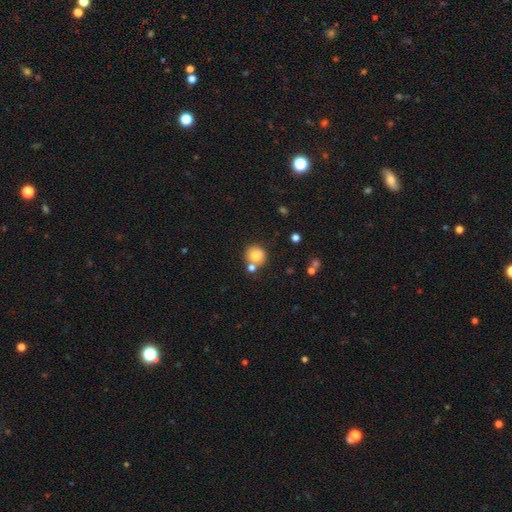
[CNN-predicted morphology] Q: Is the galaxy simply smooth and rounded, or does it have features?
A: smooth — 78%.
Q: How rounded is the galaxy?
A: round — 90%.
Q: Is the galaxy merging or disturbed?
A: none — 63%.